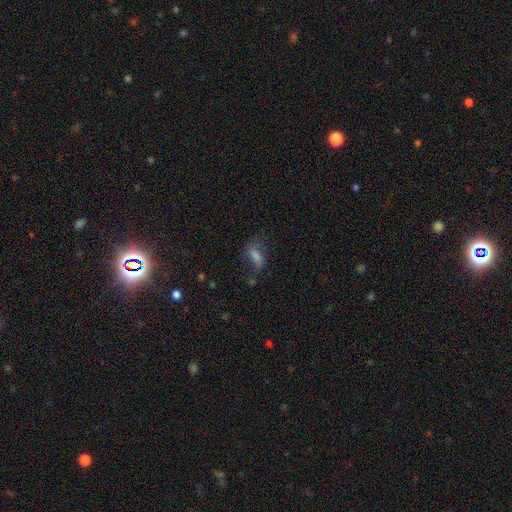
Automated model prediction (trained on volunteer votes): Q: Smooth or featured?
A: smooth (53%); runner-up: featured or disk (26%)
Q: How rounded?
A: in between (70%); runner-up: cigar-shaped (22%)
Q: Merging?
A: none (48%); runner-up: minor disturbance (25%)